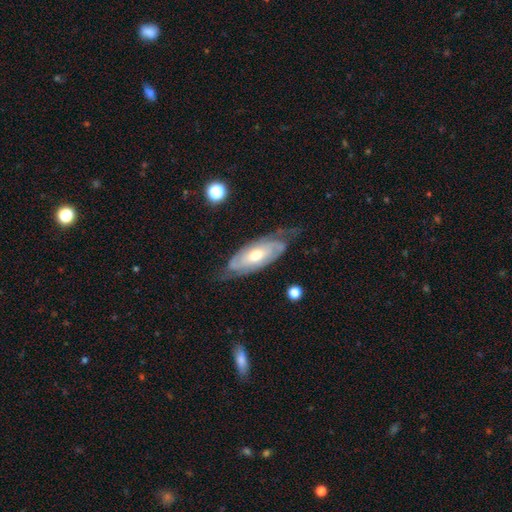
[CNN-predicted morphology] featured or disk 79%, smooth 16%, star or artifact 5%. Down the decision tree: edge-on disk — no (87%); bar — no (63%); spiral arms — yes (91%); spiral arm count — 2 (60%); spiral winding — tight (57%); bulge size — moderate (70%); merging — none (66%).